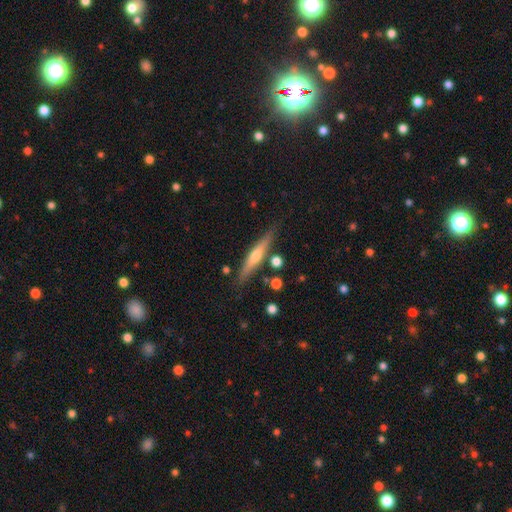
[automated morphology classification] This is likely a featured or disk galaxy (61%). It is clearly viewed edge-on (95%). Edge-on bulge: likely rounded (76%). Merging: clearly none (82%).